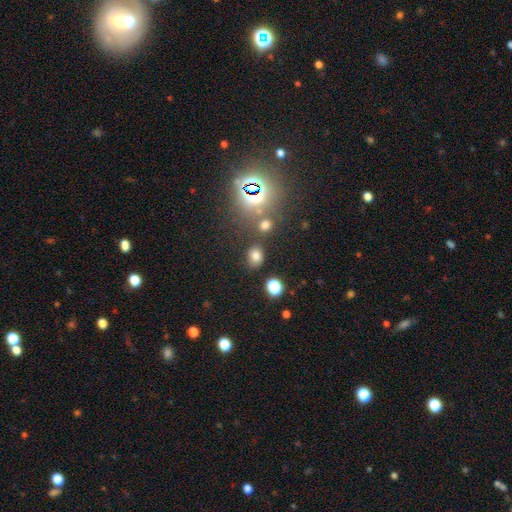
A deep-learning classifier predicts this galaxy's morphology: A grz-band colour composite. It shows a smooth galaxy with no disk features (73%) that is in between round and cigar-shaped (54%). Merging: none (77%).